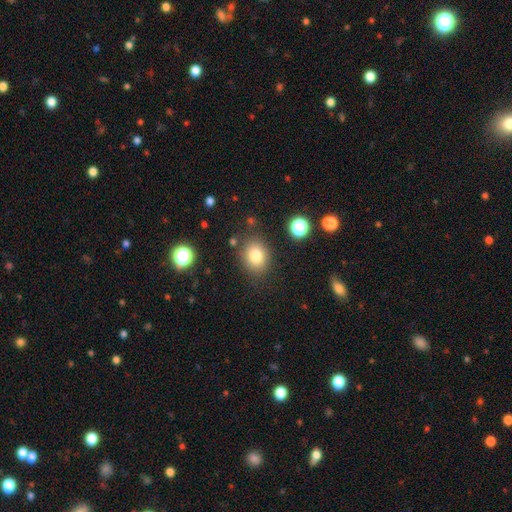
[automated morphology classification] The model was most divided on "how rounded": round: 61%, in between: 38%, cigar-shaped: 1%. More confident: merging — none (81%); smooth or featured — smooth (79%).